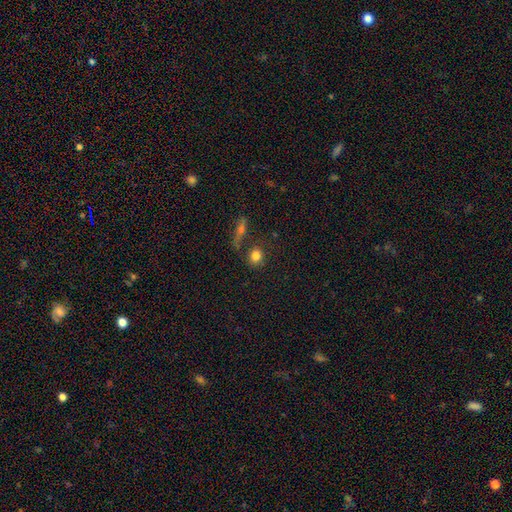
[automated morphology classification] A smooth galaxy with no disk features (80%) that is round (82%).

Vote fractions:
- Smooth or featured? smooth: 80% / star or artifact: 11% / featured or disk: 9%
- How rounded? round: 82% / in between: 16% / cigar-shaped: 2%
- Merging? none: 71% / merger: 12% / minor disturbance: 12% / major disturbance: 6%